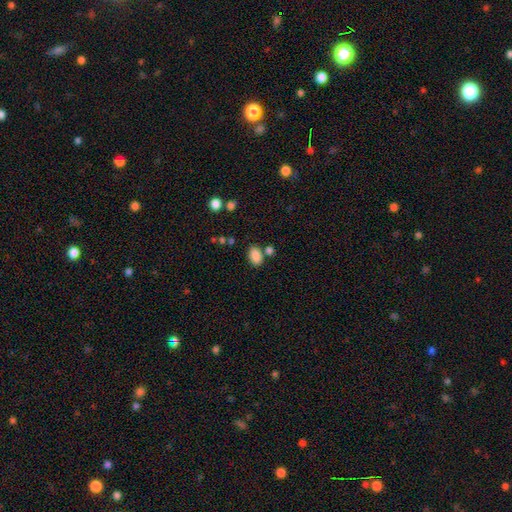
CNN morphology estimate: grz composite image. It shows a smooth galaxy with no disk features (86%) that is in between round and cigar-shaped (85%). Merging: none (71%).